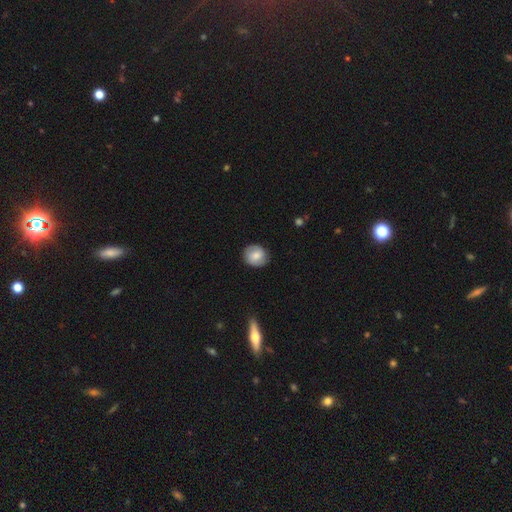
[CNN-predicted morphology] A smooth galaxy with no disk features (73%) that is round (80%). Merging: none (85%).